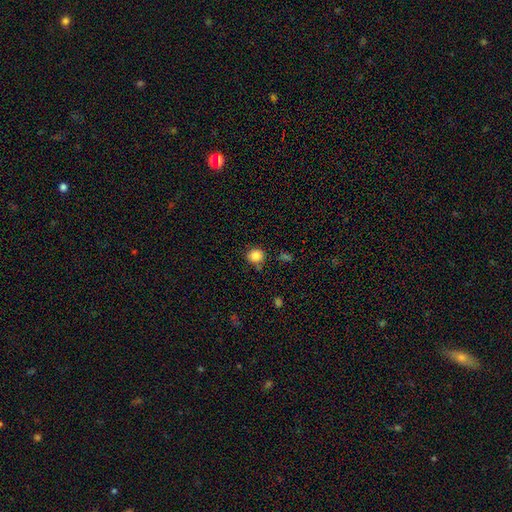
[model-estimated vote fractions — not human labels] Q: Smooth or featured?
A: smooth (86%); runner-up: star or artifact (11%)
Q: How rounded?
A: round (88%); runner-up: in between (11%)
Q: Merging?
A: none (80%); runner-up: minor disturbance (12%)